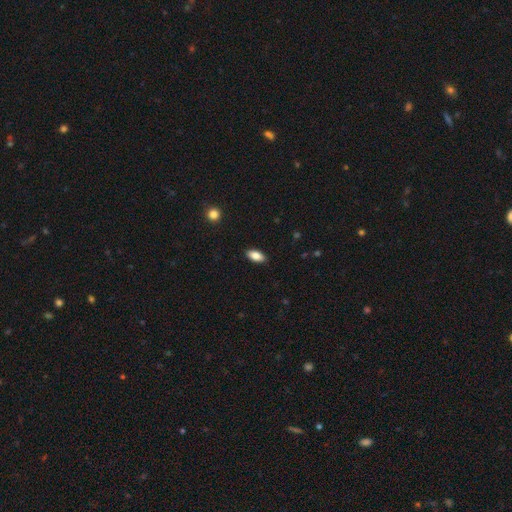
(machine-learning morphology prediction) Q: Smooth or featured?
A: smooth (84%); runner-up: featured or disk (9%)
Q: How rounded?
A: in between (90%); runner-up: cigar-shaped (7%)
Q: Merging?
A: none (89%); runner-up: minor disturbance (8%)